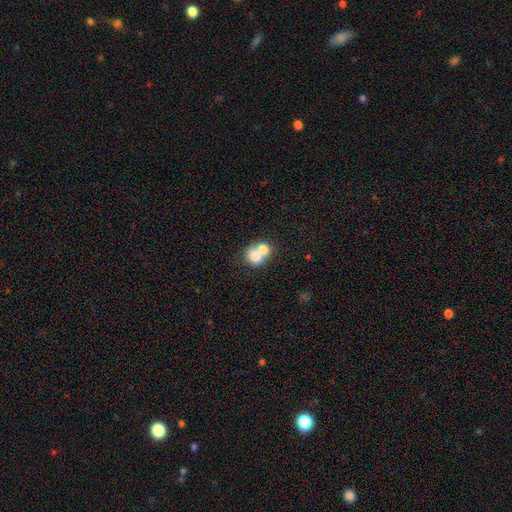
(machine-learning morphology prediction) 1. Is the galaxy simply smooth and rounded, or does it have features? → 72% smooth, 19% featured or disk, 9% star or artifact.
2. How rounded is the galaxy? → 64% round, 35% in between, 1% cigar-shaped.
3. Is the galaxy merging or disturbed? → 70% merger, 21% none, 6% minor disturbance, 3% major disturbance.